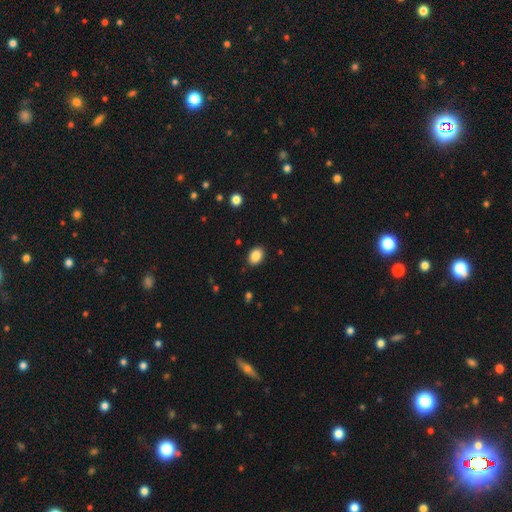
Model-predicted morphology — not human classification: A smooth galaxy with no disk features (88%) that is in between round and cigar-shaped (75%). Merging: none (89%).